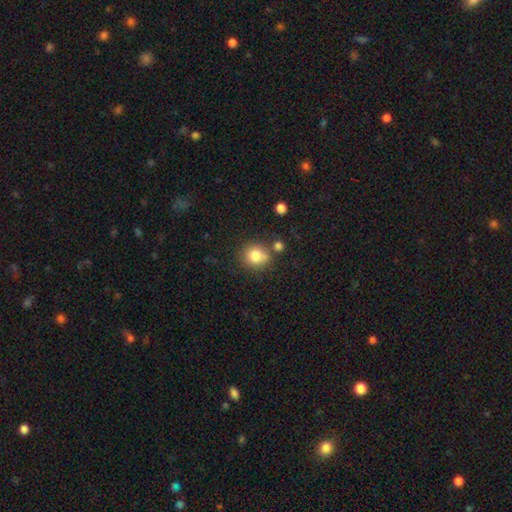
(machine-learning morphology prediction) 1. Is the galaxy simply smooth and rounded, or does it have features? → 81% smooth, 11% star or artifact, 9% featured or disk.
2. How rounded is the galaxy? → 85% round, 14% in between, 1% cigar-shaped.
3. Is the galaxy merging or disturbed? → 69% none, 14% merger, 13% minor disturbance, 4% major disturbance.